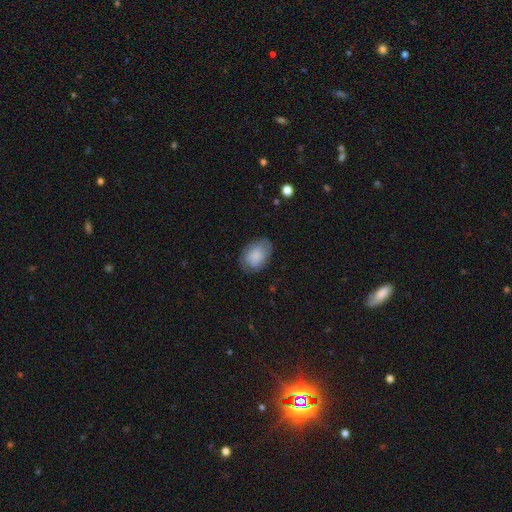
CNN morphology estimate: Smooth or featured? smooth (82%)
How rounded? in between (84%)
Merging? none (73%)